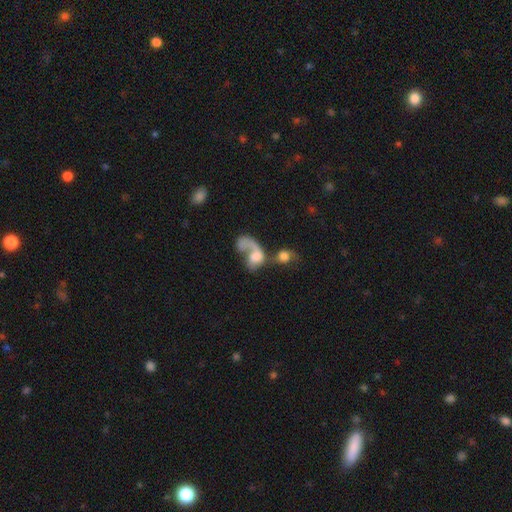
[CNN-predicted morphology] featured or disk 46%, smooth 43%, star or artifact 10%. Down the decision tree: merging — merger (56%).